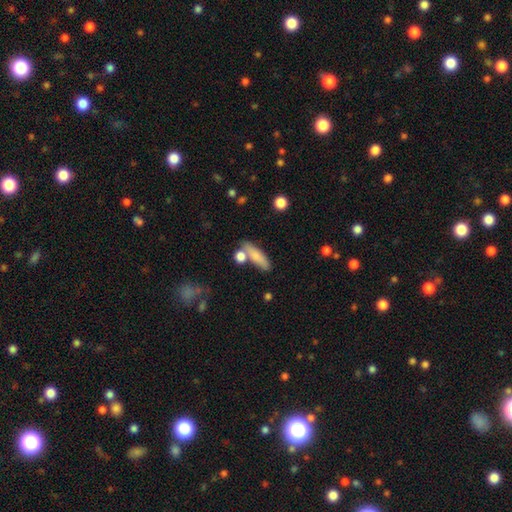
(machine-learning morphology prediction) smooth_or_featured: smooth (p=0.77) [alt: featured or disk p=0.15]
how_rounded: cigar-shaped (p=0.55) [alt: in between p=0.40]
merging: none (p=0.62) [alt: merger p=0.18]